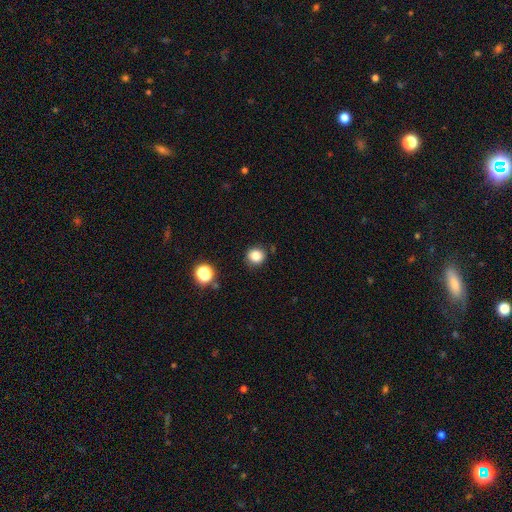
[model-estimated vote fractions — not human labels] Smooth or featured: smooth — 83% (star or artifact — 12%)
How rounded: round — 88% (in between — 11%)
Merging: none — 87% (minor disturbance — 9%)